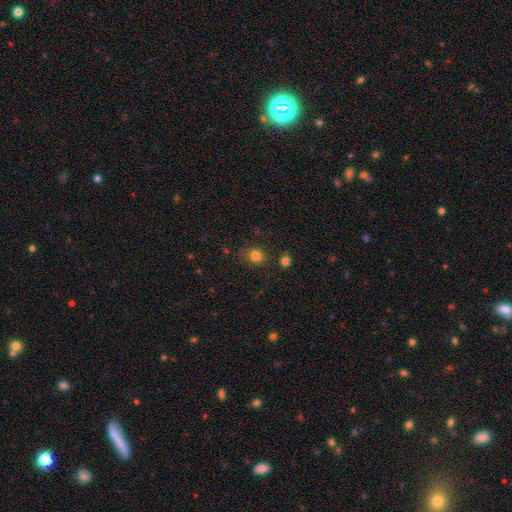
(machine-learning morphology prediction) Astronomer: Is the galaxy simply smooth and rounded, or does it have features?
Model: smooth — 82%.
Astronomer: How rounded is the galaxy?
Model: round — 70%.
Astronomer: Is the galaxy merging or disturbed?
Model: none — 75%.